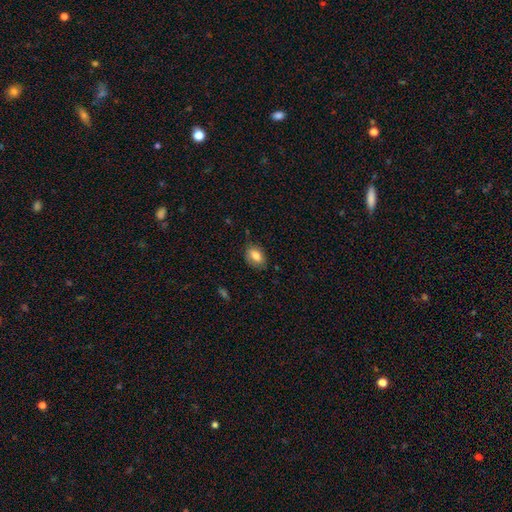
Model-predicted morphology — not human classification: Smooth or featured? smooth (80%)
How rounded? in between (84%)
Merging? none (78%)